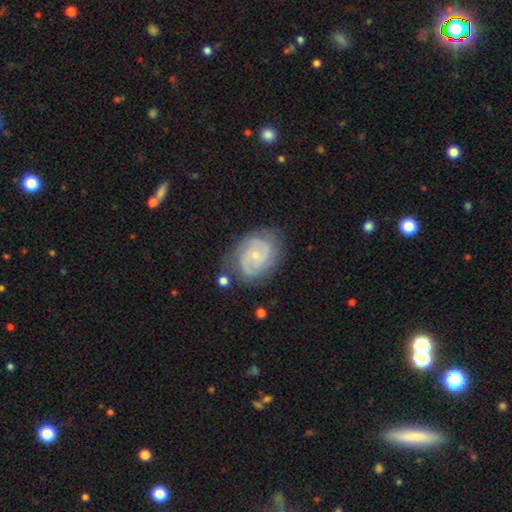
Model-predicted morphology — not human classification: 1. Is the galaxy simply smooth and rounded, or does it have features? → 84% featured or disk, 10% smooth, 5% star or artifact.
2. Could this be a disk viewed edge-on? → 98% no, 2% yes.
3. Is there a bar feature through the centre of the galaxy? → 64% no, 31% weak, 5% strong.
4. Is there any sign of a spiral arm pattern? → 96% yes, 4% no.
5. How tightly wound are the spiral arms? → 54% tight, 38% medium, 9% loose.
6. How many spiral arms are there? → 58% 2, 17% 3, 15% can't tell, 4% 4, 3% 1, 3% more than 4.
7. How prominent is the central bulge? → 77% small, 19% moderate, 2% none, 1% large, 1% dominant.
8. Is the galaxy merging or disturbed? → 71% none, 19% minor disturbance, 7% major disturbance, 3% merger.